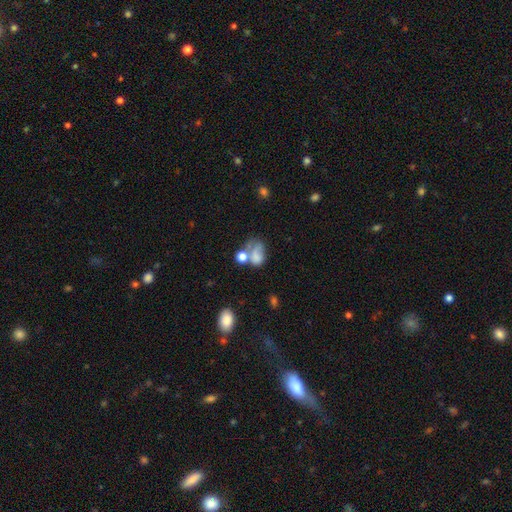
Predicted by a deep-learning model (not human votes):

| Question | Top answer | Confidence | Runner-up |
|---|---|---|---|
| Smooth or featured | smooth | 64% | featured or disk (23%) |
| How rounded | in between | 67% | round (31%) |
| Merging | merger | 33% | major disturbance (28%) |